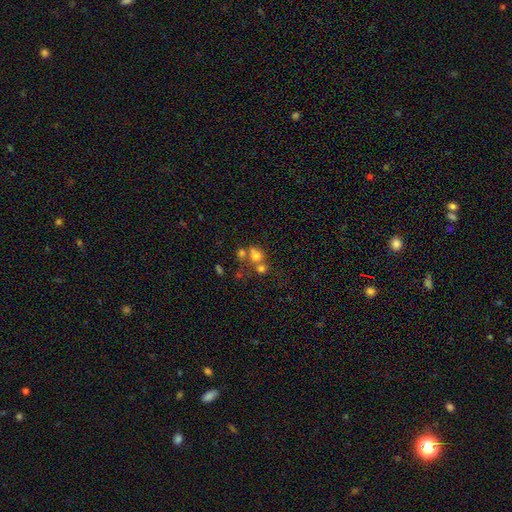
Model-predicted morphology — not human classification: smooth 66%, featured or disk 18%, star or artifact 16%. Down the decision tree: how rounded — round (57%); merging — merger (51%).